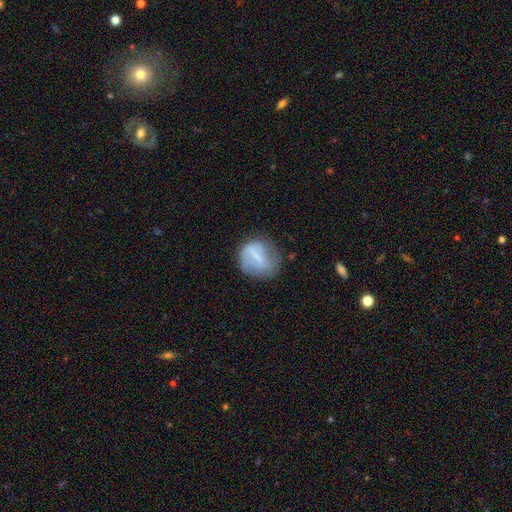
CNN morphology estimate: Q: Smooth or featured?
A: smooth (53%); runner-up: featured or disk (39%)
Q: How rounded?
A: round (65%); runner-up: in between (33%)
Q: Merging?
A: none (54%); runner-up: minor disturbance (27%)